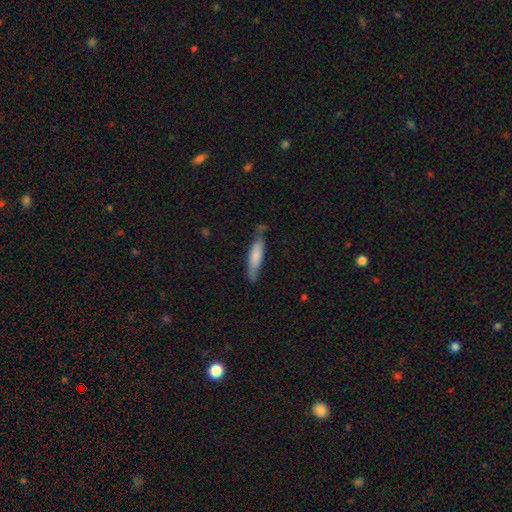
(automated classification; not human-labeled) Overall: smooth (71%). How rounded: cigar-shaped (72%). Merging: none (64%; minor disturbance 27%).